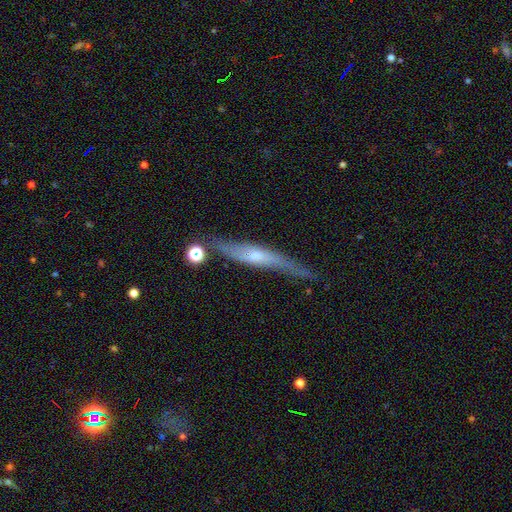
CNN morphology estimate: Smooth or featured?
  - featured or disk: 65% *
  - smooth: 28%
  - star or artifact: 7%
Edge-on disk?
  - yes: 85% *
  - no: 15%
Edge-on bulge?
  - rounded: 64% *
  - none: 24%
  - boxy: 11%
Merging?
  - none: 67% *
  - minor disturbance: 21%
  - major disturbance: 6%
  - merger: 5%